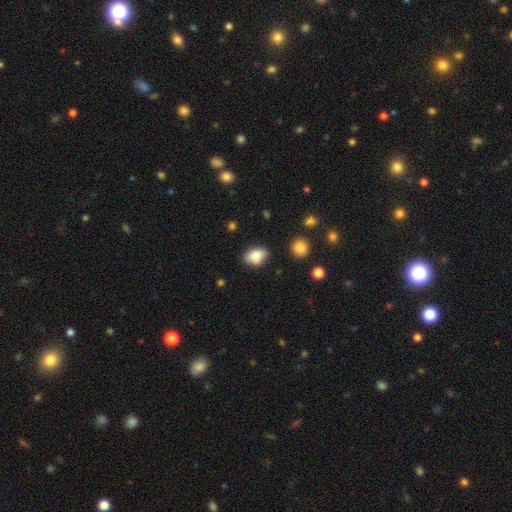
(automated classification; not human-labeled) Q: Smooth or featured?
A: smooth (82%); runner-up: featured or disk (9%)
Q: How rounded?
A: in between (83%); runner-up: round (15%)
Q: Merging?
A: none (81%); runner-up: minor disturbance (14%)